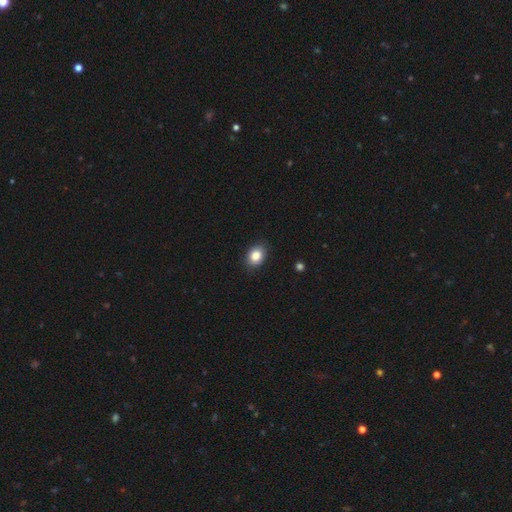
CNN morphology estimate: A smooth galaxy with no disk features (85%) that is in between round and cigar-shaped (63%). Merging: none (85%).